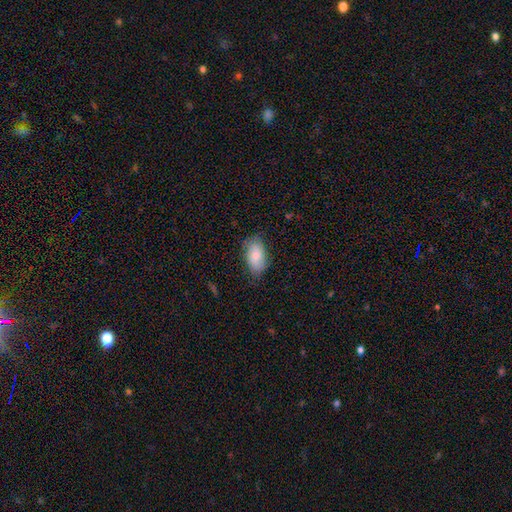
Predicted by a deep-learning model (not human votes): Overall: smooth (78%). How rounded: in between (94%). Merging: none (75%).